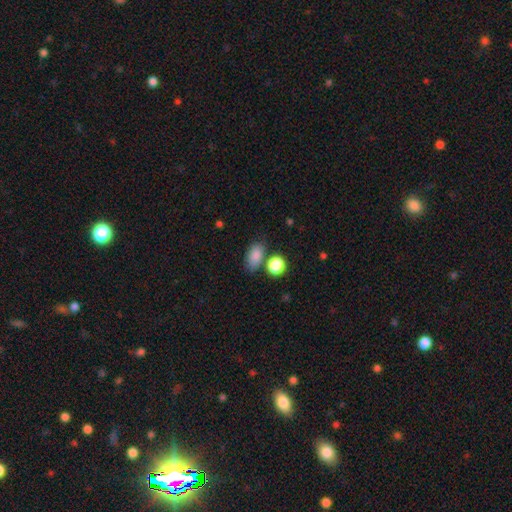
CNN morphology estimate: Smooth or featured? smooth (84%)
How rounded? in between (85%)
Merging? none (67%)